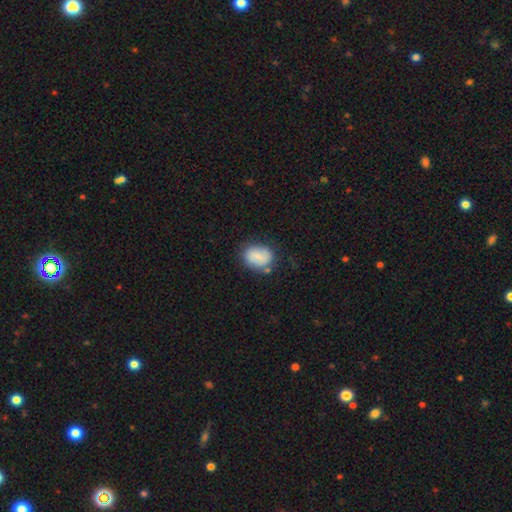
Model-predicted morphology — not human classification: A smooth galaxy with no disk features (76%) that is in between round and cigar-shaped (56%). Merging: none (70%).